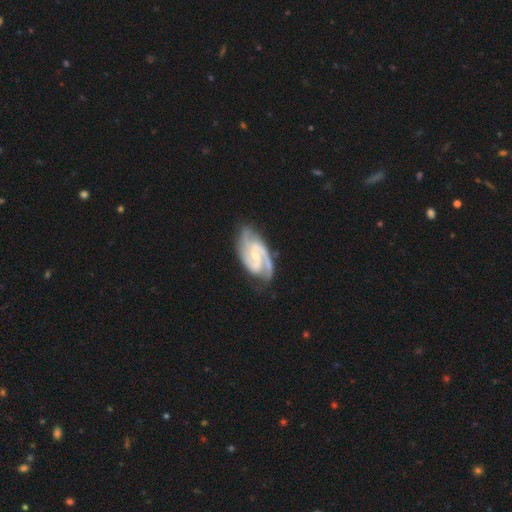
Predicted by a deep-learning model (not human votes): A featured or disk galaxy (92%) with a weak bar (50%), 2 (79%) medium (49%) spiral arms (98%) and a small central bulge (61%).

Vote fractions:
- Smooth or featured? featured or disk: 92% / smooth: 4% / star or artifact: 4%
- Edge-on disk? no: 97% / yes: 3%
- Bar? weak: 50% / no: 31% / strong: 18%
- Spiral arms? yes: 98% / no: 2%
- Spiral winding? medium: 49% / tight: 44% / loose: 7%
- Spiral arm count? 2: 79% / 3: 13% / can't tell: 3% / 1: 2% / 4: 2% / more than 4: 2%
- Bulge size? small: 61% / moderate: 31% / none: 6% / large: 1% / dominant: 1%
- Merging? none: 75% / minor disturbance: 18% / major disturbance: 5% / merger: 2%